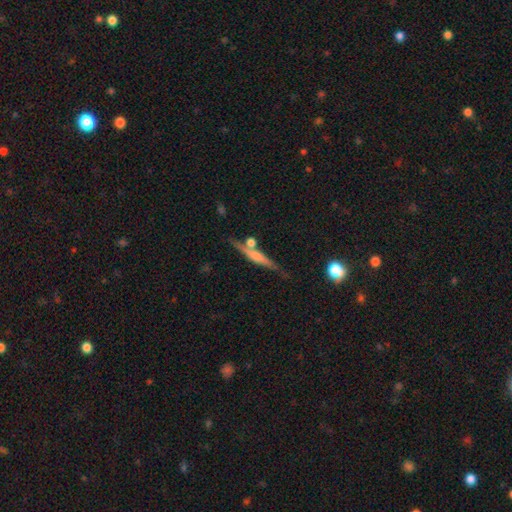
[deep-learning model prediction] Smooth or featured: featured or disk — 58% (smooth — 35%)
Edge-on disk: yes — 94% (no — 6%)
Edge-on bulge: rounded — 54% (none — 24%)
Merging: none — 68% (minor disturbance — 14%)